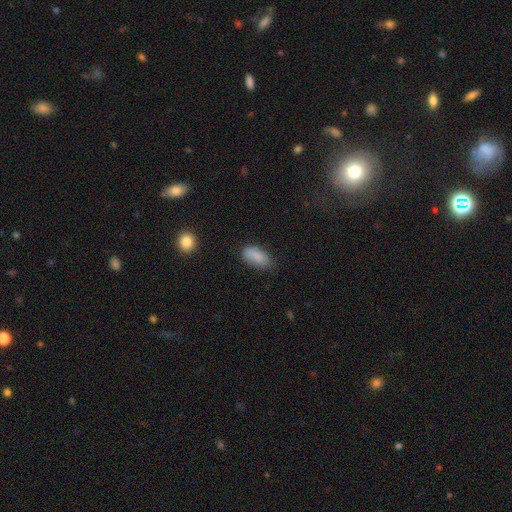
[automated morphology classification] A smooth galaxy with no disk features (86%) that is in between round and cigar-shaped (91%). Merging: none (72%).